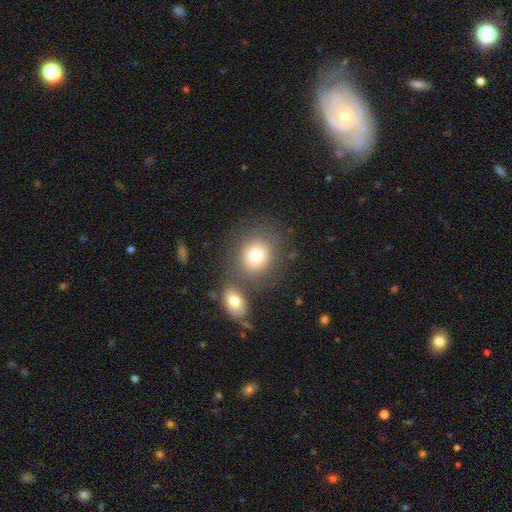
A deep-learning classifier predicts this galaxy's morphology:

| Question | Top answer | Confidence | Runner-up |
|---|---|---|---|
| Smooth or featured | smooth | 79% | featured or disk (11%) |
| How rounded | round | 67% | in between (32%) |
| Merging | none | 59% | merger (25%) |